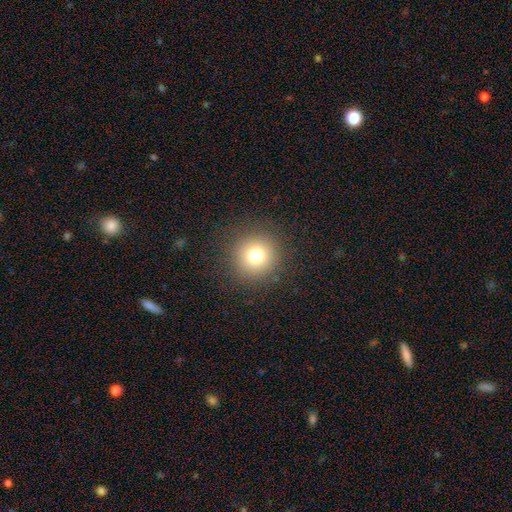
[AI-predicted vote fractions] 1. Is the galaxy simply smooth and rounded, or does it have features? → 77% smooth, 14% star or artifact, 9% featured or disk.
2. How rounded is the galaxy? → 95% round, 4% in between, 1% cigar-shaped.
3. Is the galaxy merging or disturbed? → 90% none, 6% minor disturbance, 3% major disturbance, 1% merger.